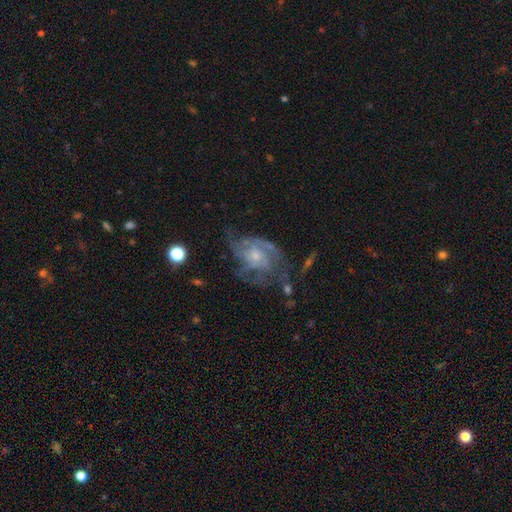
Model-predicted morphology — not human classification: smooth-or-featured: featured or disk: 78% | smooth: 13% | star or artifact: 8%
  disk-edge-on: no: 97% | yes: 3%
    bar: no: 68% | weak: 28% | strong: 4%
    has-spiral-arms: yes: 84% | no: 16%
      spiral-winding: medium: 44% | tight: 35% | loose: 22%
      spiral-arm-count: can't tell: 38% | 3: 22% | 2: 17% | 4: 12% | 1: 6% | more than 4: 6%
    bulge-size: small: 55% | moderate: 30% | none: 10% | large: 3% | dominant: 1%
  merging: none: 46% | major disturbance: 28% | minor disturbance: 22% | merger: 4%